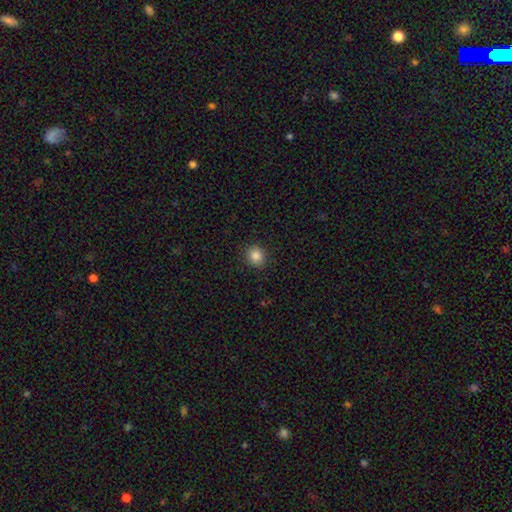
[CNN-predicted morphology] Smooth or featured? Predicted: smooth (p=0.85). How rounded? Predicted: round (p=0.82). Merging? Predicted: none (p=0.90).